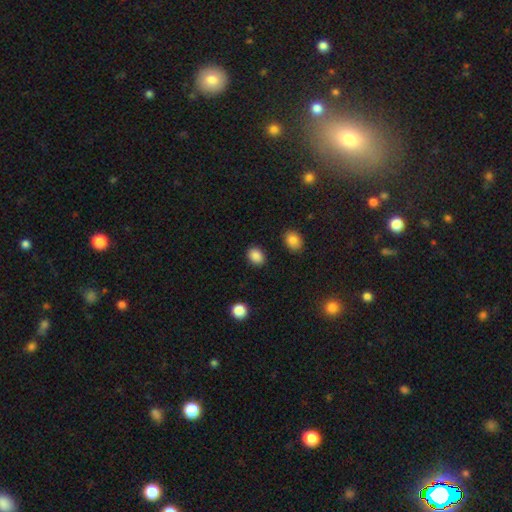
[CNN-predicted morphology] A smooth galaxy with no disk features (87%) that is in between round and cigar-shaped (64%).

Vote fractions:
- Smooth or featured? smooth: 87% / star or artifact: 9% / featured or disk: 4%
- How rounded? in between: 64% / round: 35% / cigar-shaped: 1%
- Merging? none: 88% / minor disturbance: 8% / major disturbance: 2% / merger: 2%